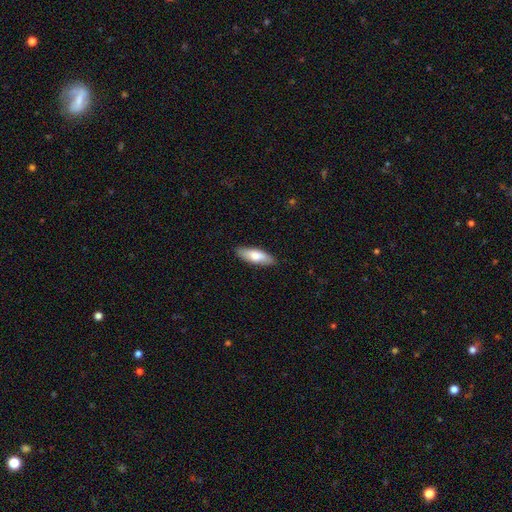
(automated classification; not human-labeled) Smooth or featured? Predicted: smooth (p=0.76). How rounded? Predicted: in between (p=0.61). Merging? Predicted: none (p=0.87).